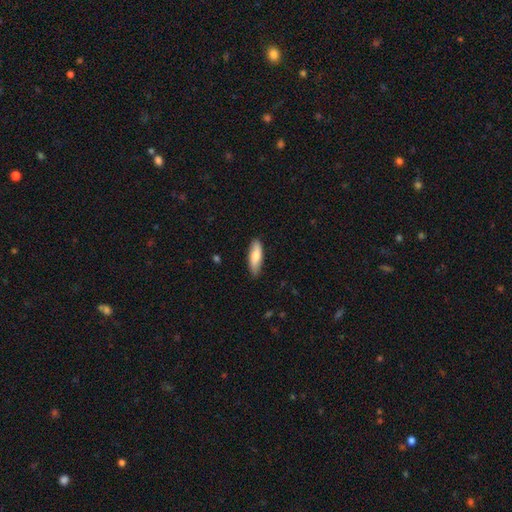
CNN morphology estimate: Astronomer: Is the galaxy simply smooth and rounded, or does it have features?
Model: smooth — 79%.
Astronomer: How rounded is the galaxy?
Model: in between — 55% (runner-up: cigar-shaped, 43%).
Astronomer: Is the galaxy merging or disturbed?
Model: none — 82%.